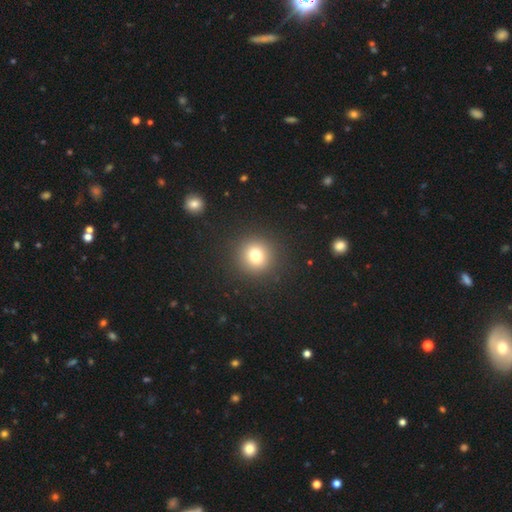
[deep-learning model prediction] Smooth or featured?
  - smooth: 76% *
  - star or artifact: 15%
  - featured or disk: 9%
How rounded?
  - round: 92% *
  - in between: 7%
  - cigar-shaped: 1%
Merging?
  - none: 91% *
  - minor disturbance: 5%
  - major disturbance: 3%
  - merger: 1%